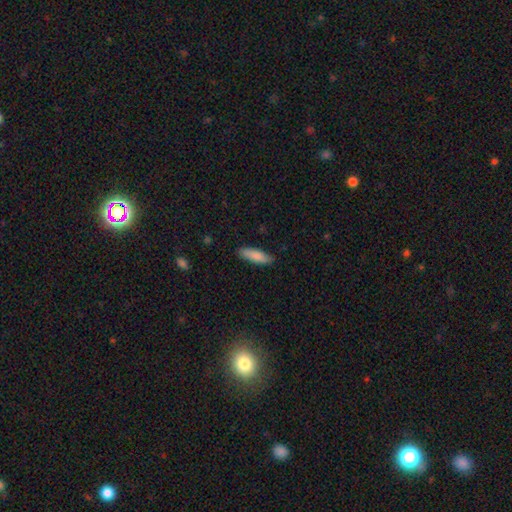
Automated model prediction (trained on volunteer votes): smooth_or_featured: smooth (p=0.84) [alt: featured or disk p=0.10]
how_rounded: cigar-shaped (p=0.59) [alt: in between p=0.39]
merging: none (p=0.86) [alt: minor disturbance p=0.11]